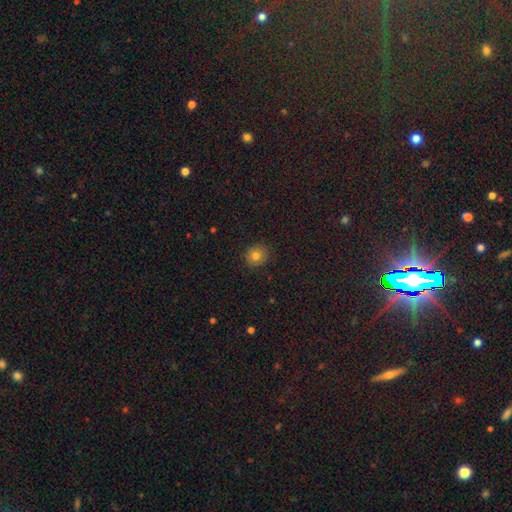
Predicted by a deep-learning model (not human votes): This is likely a smooth galaxy (78%). How rounded: likely round (79%). Merging: clearly none (87%).